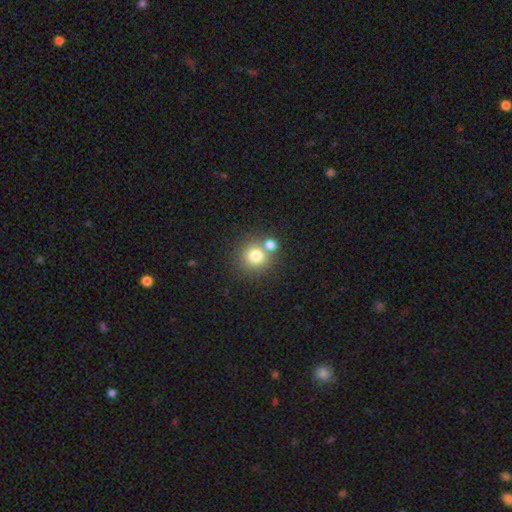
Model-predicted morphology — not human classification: Smooth or featured? Predicted: smooth (p=0.76). How rounded? Predicted: round (p=0.91). Merging? Predicted: none (p=0.63).